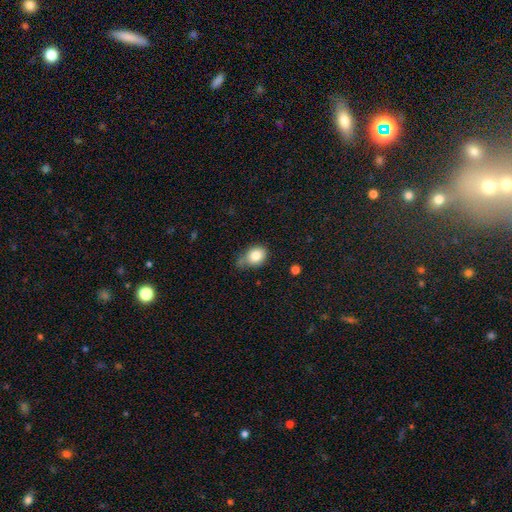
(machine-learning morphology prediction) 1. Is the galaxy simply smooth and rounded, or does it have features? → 82% smooth, 9% star or artifact, 8% featured or disk.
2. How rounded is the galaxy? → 52% in between, 47% round, 1% cigar-shaped.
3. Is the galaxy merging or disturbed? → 56% none, 28% minor disturbance, 9% merger, 7% major disturbance.